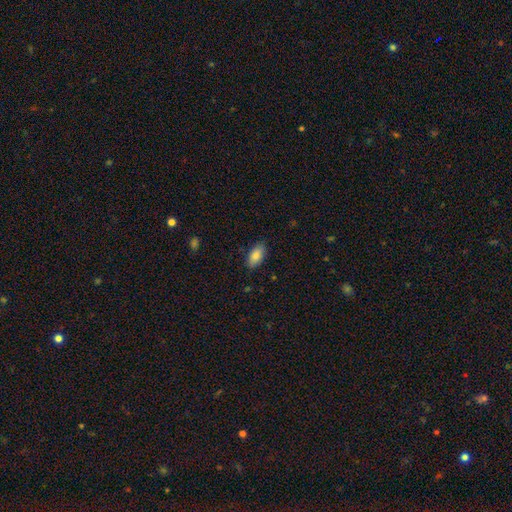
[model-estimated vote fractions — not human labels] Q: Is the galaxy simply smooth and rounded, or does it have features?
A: smooth — 85%.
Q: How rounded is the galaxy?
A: in between — 92%.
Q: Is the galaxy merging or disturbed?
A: none — 86%.